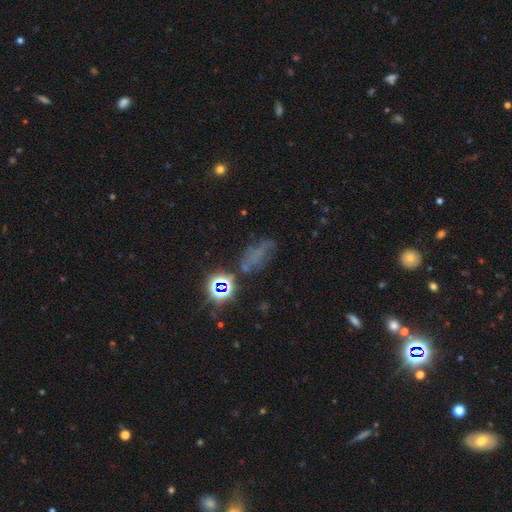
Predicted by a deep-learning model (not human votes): A star or artifact, not a galaxy (42%).